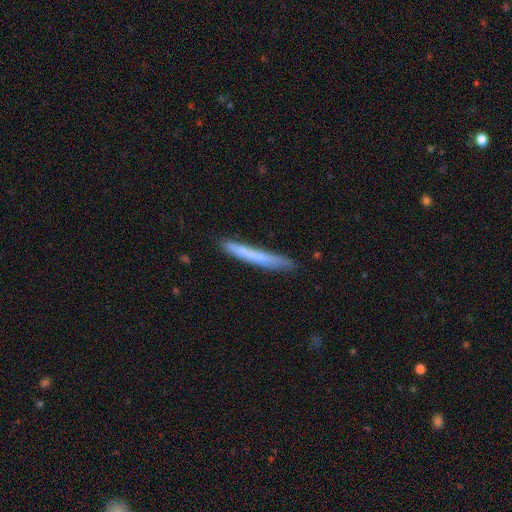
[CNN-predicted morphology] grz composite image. It shows a smooth galaxy with no disk features (58%) that is cigar-shaped (97%). Merging: none (85%).